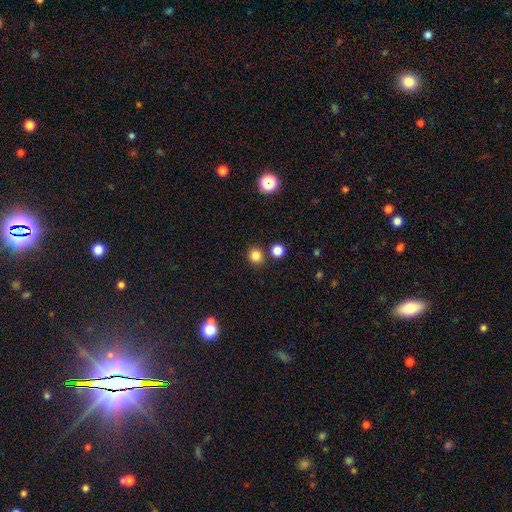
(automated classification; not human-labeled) Overall: smooth (82%). How rounded: round (89%). Merging: none (83%).